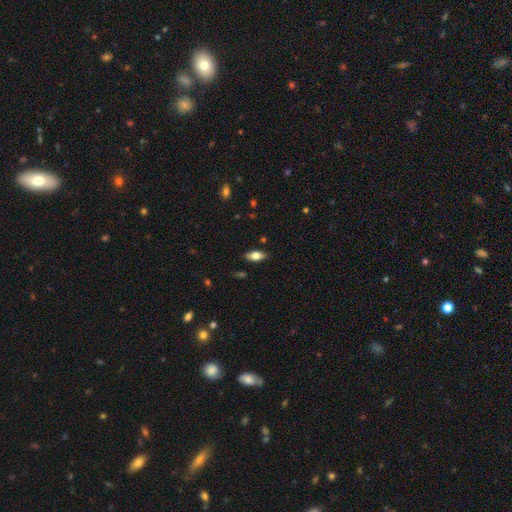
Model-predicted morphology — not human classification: This is likely a smooth galaxy (68%). How rounded: clearly in between (84%). Merging: clearly none (87%).